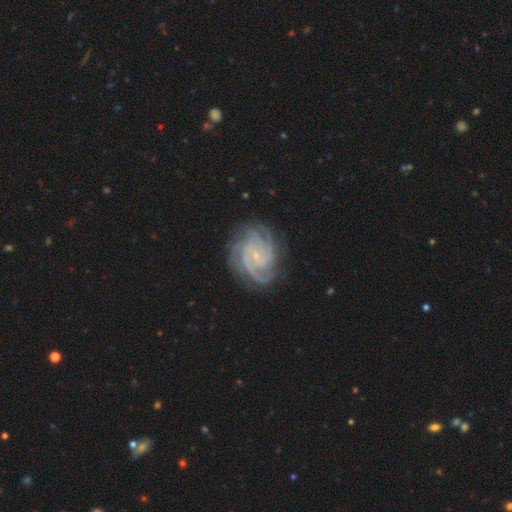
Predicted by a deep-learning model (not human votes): featured or disk 90%, star or artifact 5%, smooth 5%. Down the decision tree: edge-on disk — no (98%); bar — no (68%); spiral arms — yes (98%); spiral arm count — 3 (27%, tied with 4); spiral winding — tight (71%); bulge size — small (85%); merging — none (80%).